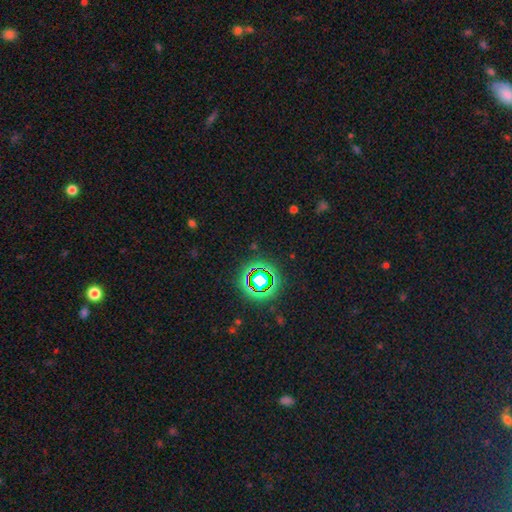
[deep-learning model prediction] star or artifact 73%, smooth 18%, featured or disk 9%.